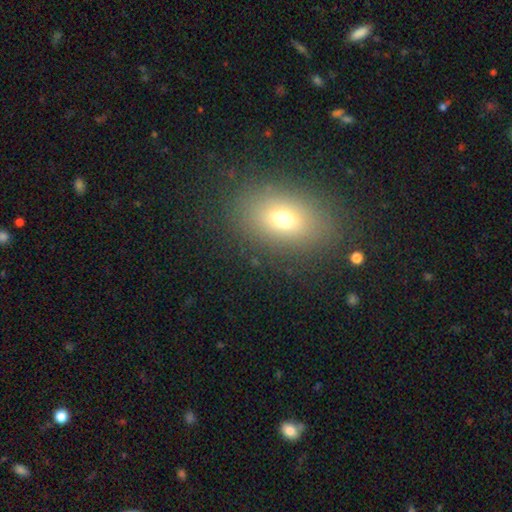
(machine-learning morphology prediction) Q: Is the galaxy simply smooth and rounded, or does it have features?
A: smooth — 68%.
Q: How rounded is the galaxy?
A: in between — 77%.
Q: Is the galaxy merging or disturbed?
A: none — 85%.